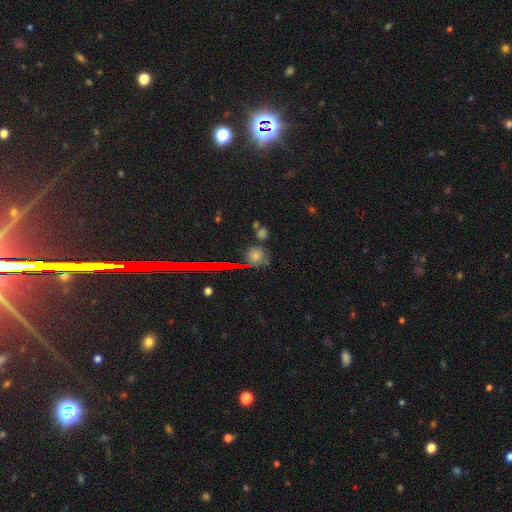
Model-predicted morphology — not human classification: Overall: smooth (64%; star or artifact 26%). How rounded: round (79%). Merging: none (66%).